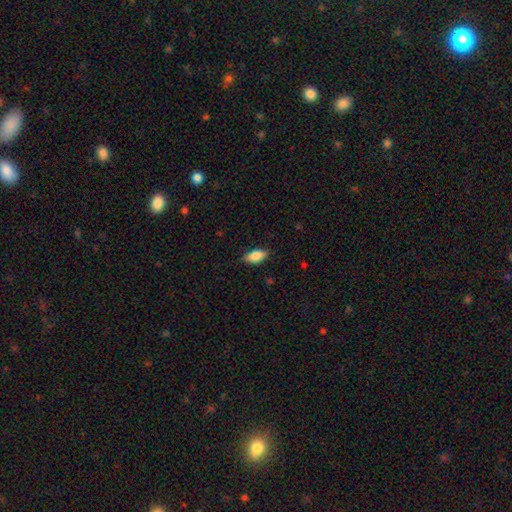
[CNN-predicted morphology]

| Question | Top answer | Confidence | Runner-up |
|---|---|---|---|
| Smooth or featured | smooth | 85% | featured or disk (8%) |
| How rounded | in between | 88% | cigar-shaped (9%) |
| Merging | none | 82% | minor disturbance (15%) |